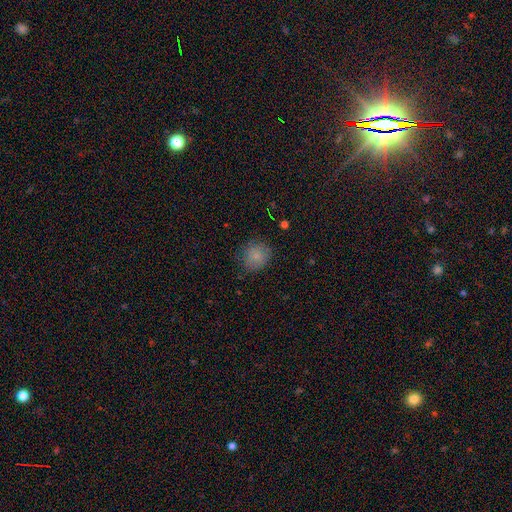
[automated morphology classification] This is clearly a smooth galaxy (82%). How rounded: likely round (79%). Merging: likely none (79%).